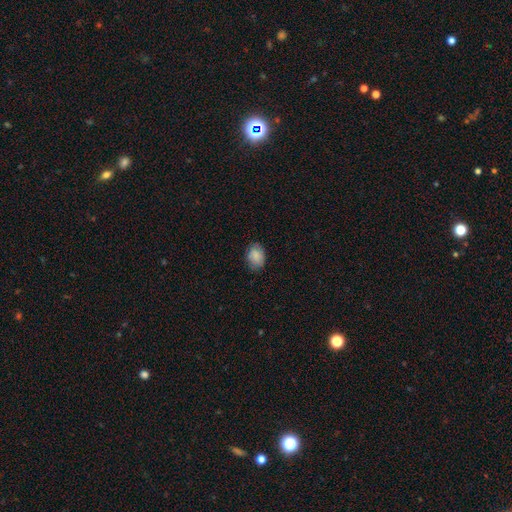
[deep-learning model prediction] Smooth or featured: smooth — 84% (star or artifact — 8%)
How rounded: in between — 67% (round — 32%)
Merging: none — 78% (minor disturbance — 17%)